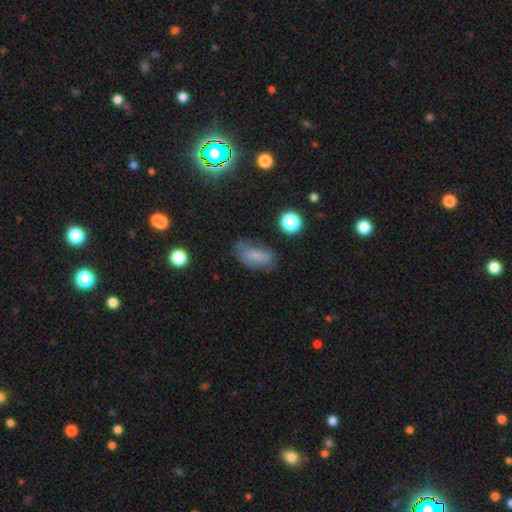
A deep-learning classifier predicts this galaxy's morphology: smooth 67%, featured or disk 19%, star or artifact 14%. Down the decision tree: how rounded — in between (88%); merging — none (53%).